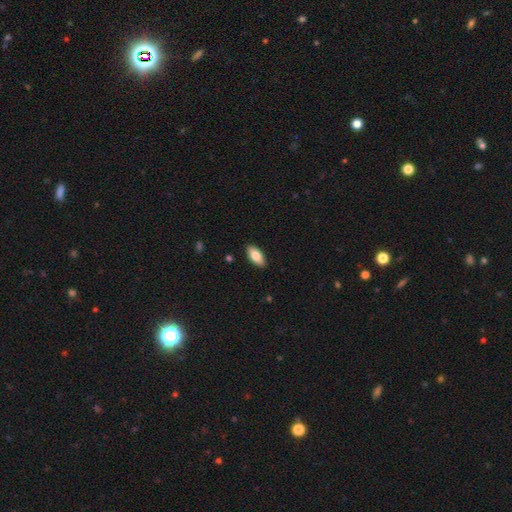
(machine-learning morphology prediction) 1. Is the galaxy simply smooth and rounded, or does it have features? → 78% smooth, 16% featured or disk, 6% star or artifact.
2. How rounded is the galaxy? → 86% in between, 12% cigar-shaped, 2% round.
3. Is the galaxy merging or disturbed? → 89% none, 8% minor disturbance, 2% major disturbance, 1% merger.